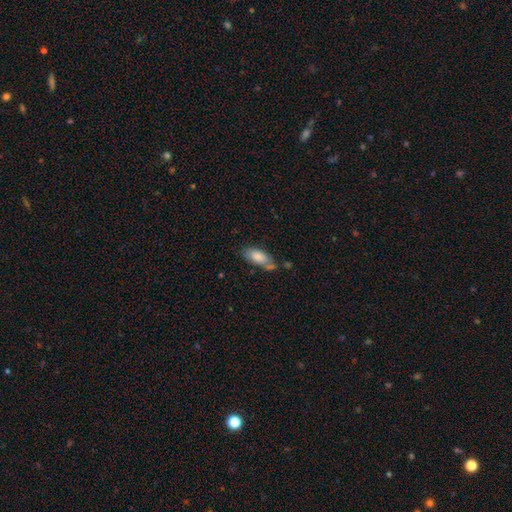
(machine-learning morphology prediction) This is likely a smooth galaxy (78%). How rounded: clearly in between (84%). Merging: possibly none (54%).